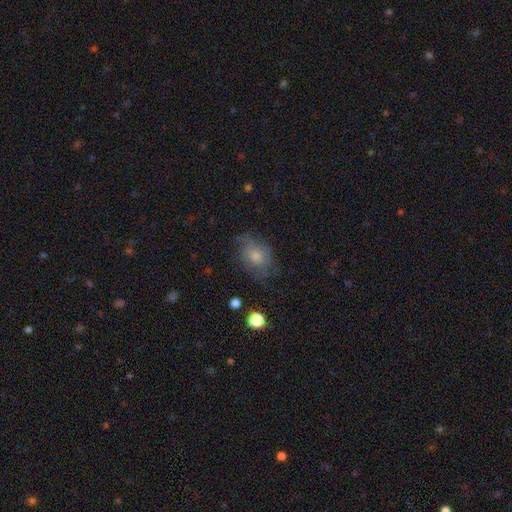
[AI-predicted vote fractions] The model was most divided on "smooth or featured": smooth: 55%, featured or disk: 30%, star or artifact: 15%. More confident: merging — none (66%); how rounded — in between (62%).